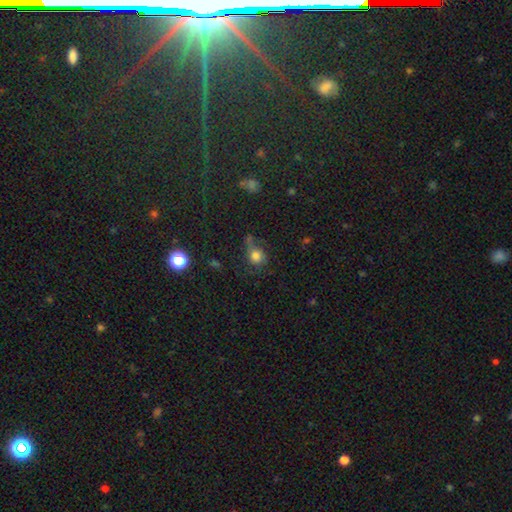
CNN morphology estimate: type=smooth (66%); roundness=round (72%); merging=none (44%).